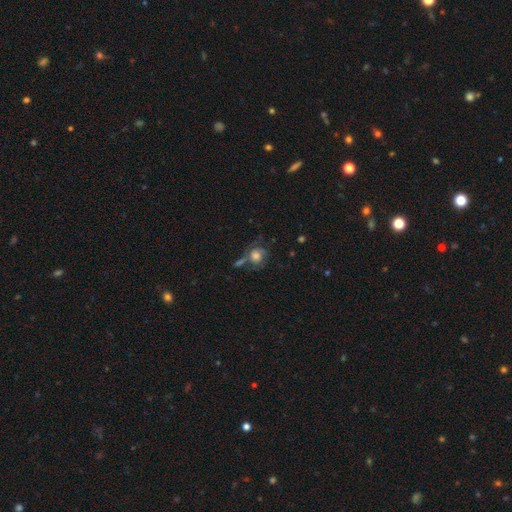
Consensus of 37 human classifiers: smooth-or-featured: featured or disk: 54% | smooth: 46% | star or artifact: 0%
  disk-edge-on: no: 90% | yes: 10%
    bar: no: 72% | weak: 22% | strong: 6%
    has-spiral-arms: yes: 94% | no: 6%
      spiral-winding: medium: 53% | tight: 35% | loose: 12%
      spiral-arm-count: 2: 76% | 3: 12% | can't tell: 12% | 1: 0% | 4: 0% | more than 4: 0%
    bulge-size: moderate: 56% | large: 28% | dominant: 11% | none: 6% | small: 0%
  merging: none: 68% | major disturbance: 16% | minor disturbance: 11% | merger: 5%